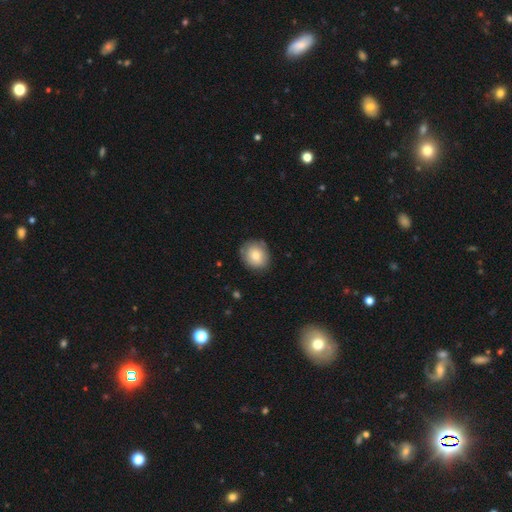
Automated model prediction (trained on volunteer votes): Q: Smooth or featured?
A: smooth (76%); runner-up: featured or disk (16%)
Q: How rounded?
A: round (78%); runner-up: in between (21%)
Q: Merging?
A: none (80%); runner-up: minor disturbance (15%)